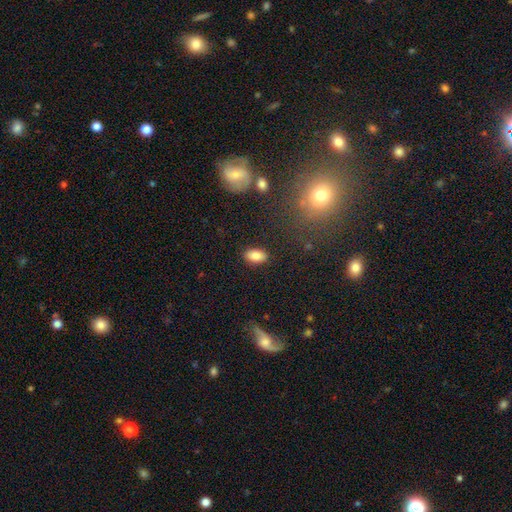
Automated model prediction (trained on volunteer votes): smooth_or_featured: smooth (p=0.85) [alt: star or artifact p=0.08]
how_rounded: in between (p=0.92) [alt: round p=0.06]
merging: none (p=0.87) [alt: minor disturbance p=0.09]